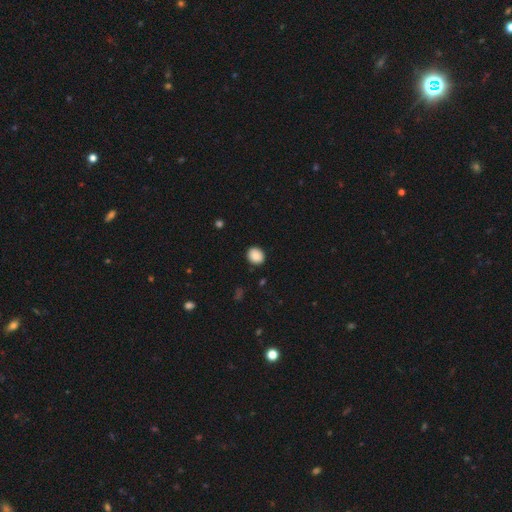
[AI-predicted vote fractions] This is clearly a smooth galaxy (88%). How rounded: likely round (70%). Merging: clearly none (89%).